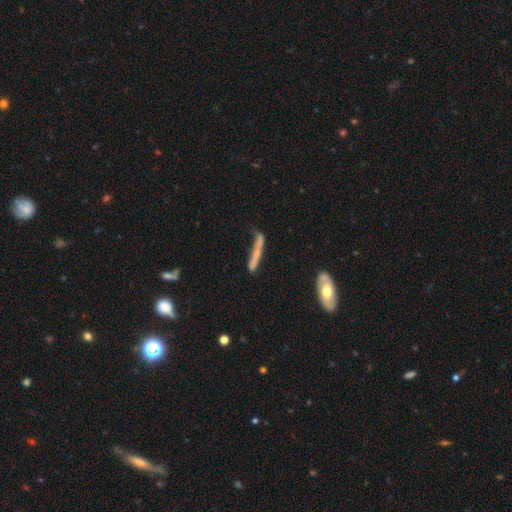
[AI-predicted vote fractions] Smooth or featured: smooth — 47% (featured or disk — 45%)
Merging: none — 47% (minor disturbance — 27%)